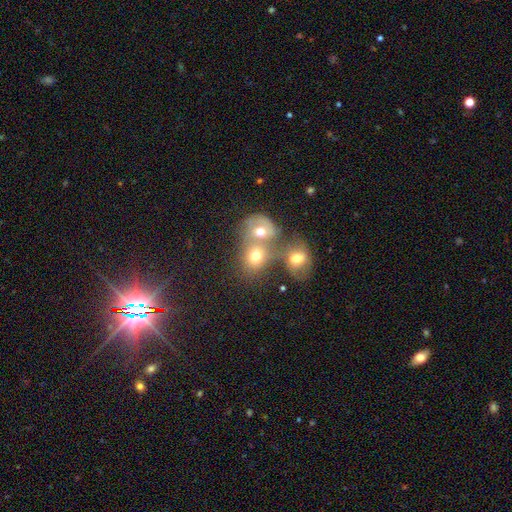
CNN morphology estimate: The model was most divided on "merging": merger: 57%, none: 30%, minor disturbance: 8%, major disturbance: 5%. More confident: how rounded — round (64%); smooth or featured — smooth (64%).